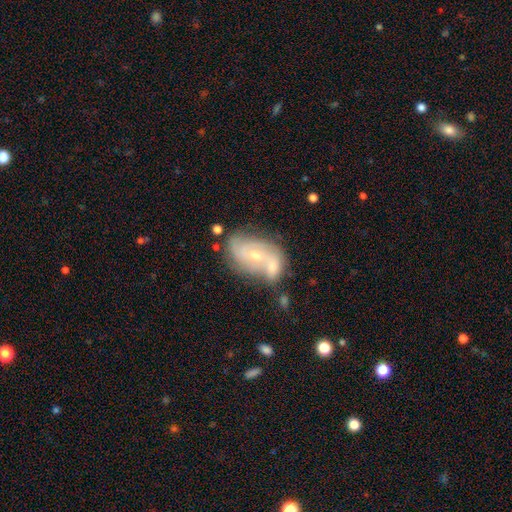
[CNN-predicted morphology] smooth_or_featured: featured or disk (p=0.75) [alt: smooth p=0.18]
disk_edge_on: no (p=0.96) [alt: yes p=0.04]
bar: no (p=0.56) [alt: weak p=0.34]
has_spiral_arms: yes (p=0.87) [alt: no p=0.13]
spiral_winding: medium (p=0.45) [alt: tight p=0.31]
spiral_arm_count: 2 (p=0.56) [alt: can't tell p=0.20]
bulge_size: moderate (p=0.49) [alt: small p=0.47]
merging: merger (p=0.43) [alt: none p=0.36]